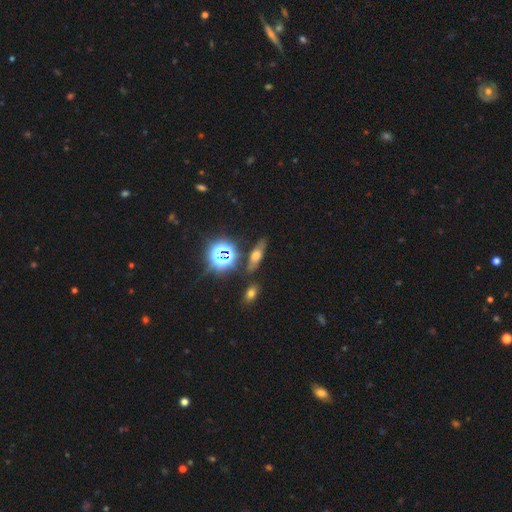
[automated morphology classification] A smooth galaxy with no disk features (45%).

Vote fractions:
- Smooth or featured? smooth: 45% / featured or disk: 29% / star or artifact: 26%
- Merging? none: 80% / minor disturbance: 11% / merger: 5% / major disturbance: 4%